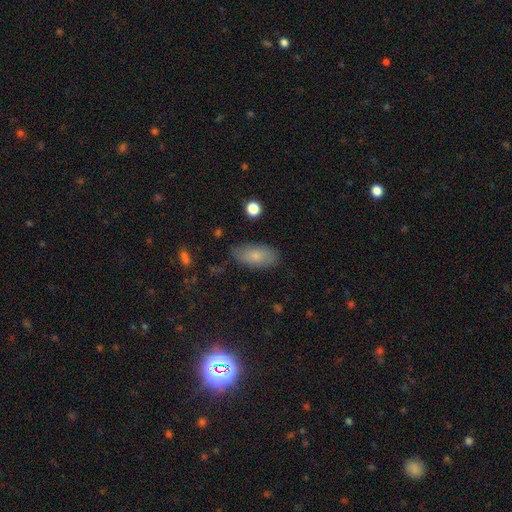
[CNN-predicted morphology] smooth_or_featured: smooth (p=0.77) [alt: featured or disk p=0.15]
how_rounded: in between (p=0.90) [alt: cigar-shaped p=0.06]
merging: none (p=0.80) [alt: minor disturbance p=0.15]